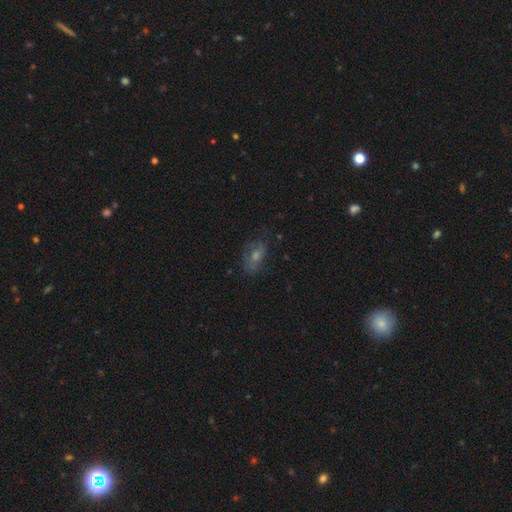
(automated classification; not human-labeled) Overall: featured or disk (44%; smooth 34%). Merging: none (71%).